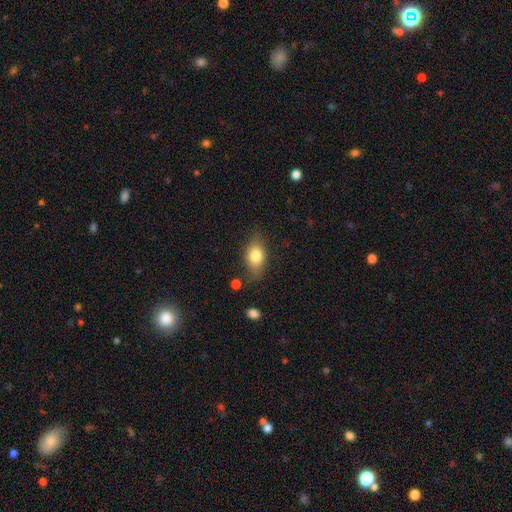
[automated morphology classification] The model was most divided on "merging": none: 74%, minor disturbance: 18%, major disturbance: 5%, merger: 3%. More confident: how rounded — in between (83%); smooth or featured — smooth (78%).